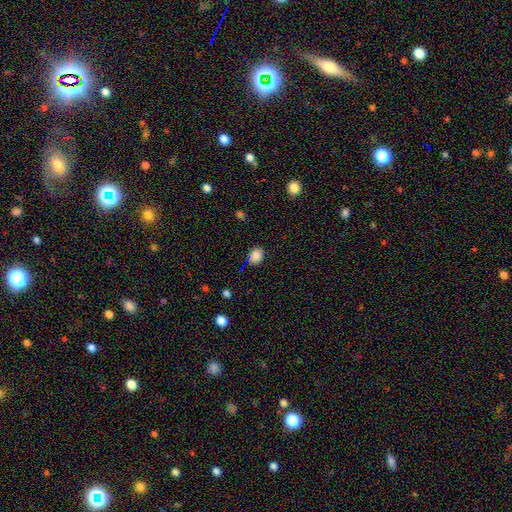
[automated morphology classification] Smooth or featured? smooth (80%)
How rounded? round (60%)
Merging? none (82%)